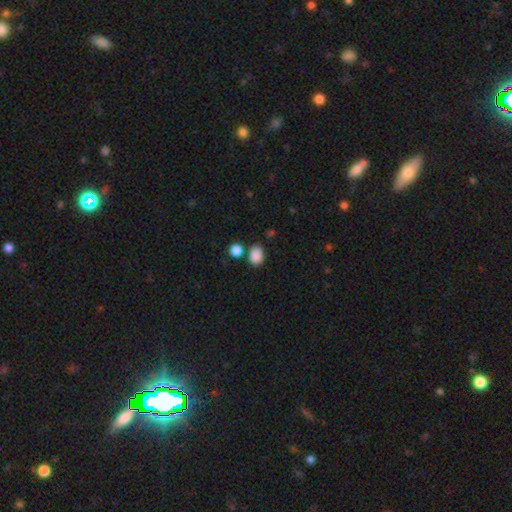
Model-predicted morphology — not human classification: Q: Smooth or featured?
A: smooth (87%); runner-up: star or artifact (9%)
Q: How rounded?
A: in between (67%); runner-up: round (32%)
Q: Merging?
A: none (72%); runner-up: minor disturbance (13%)